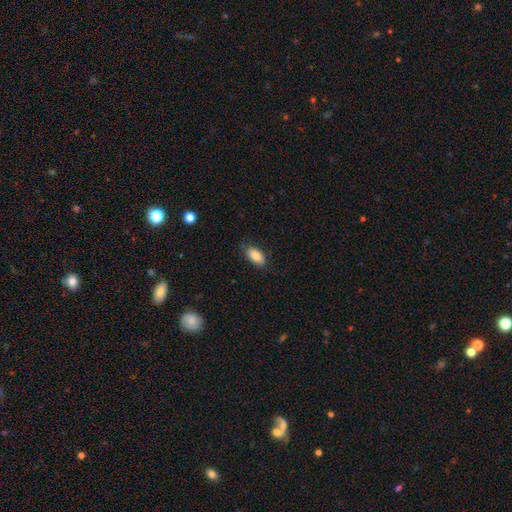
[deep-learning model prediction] Smooth or featured?
  - smooth: 85% *
  - featured or disk: 8%
  - star or artifact: 7%
How rounded?
  - in between: 92% *
  - cigar-shaped: 4%
  - round: 3%
Merging?
  - none: 82% *
  - minor disturbance: 14%
  - major disturbance: 3%
  - merger: 1%